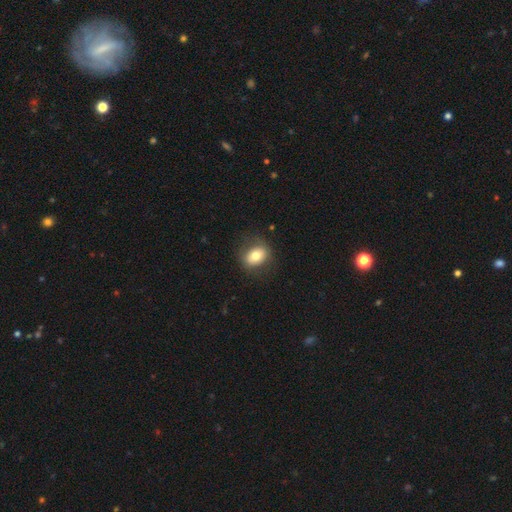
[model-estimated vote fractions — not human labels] smooth 76%, featured or disk 16%, star or artifact 8%. Down the decision tree: how rounded — in between (66%); merging — none (80%).